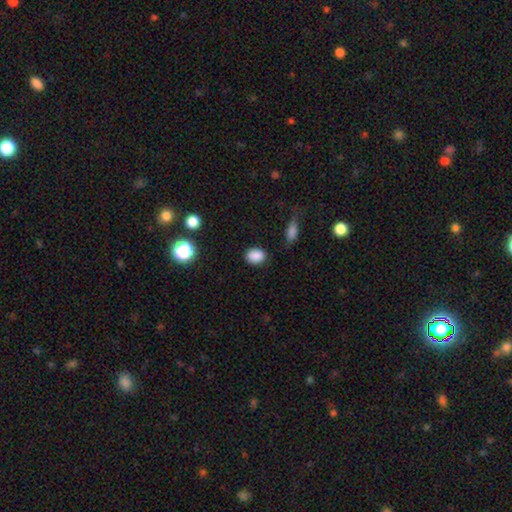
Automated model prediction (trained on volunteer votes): A smooth galaxy with no disk features (86%) that is in between round and cigar-shaped (65%).

Vote fractions:
- Smooth or featured? smooth: 86% / star or artifact: 10% / featured or disk: 4%
- How rounded? in between: 65% / round: 34% / cigar-shaped: 1%
- Merging? none: 84% / minor disturbance: 11% / major disturbance: 3% / merger: 2%